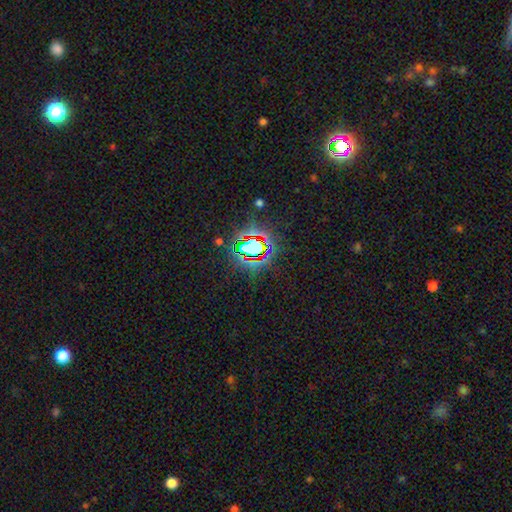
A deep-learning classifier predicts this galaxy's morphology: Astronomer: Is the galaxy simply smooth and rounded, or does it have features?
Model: star or artifact — 77%.